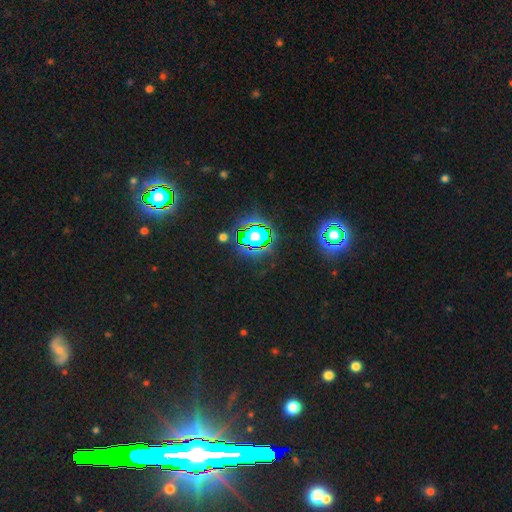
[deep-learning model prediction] The model was most divided on "smooth or featured": star or artifact: 85%, smooth: 8%, featured or disk: 7%.